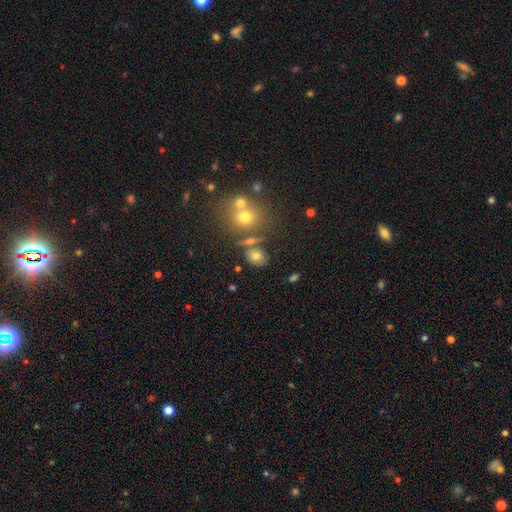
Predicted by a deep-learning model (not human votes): Smooth or featured? Predicted: smooth (p=0.71). How rounded? Predicted: in between (p=0.56). Merging? Predicted: none (p=0.66).